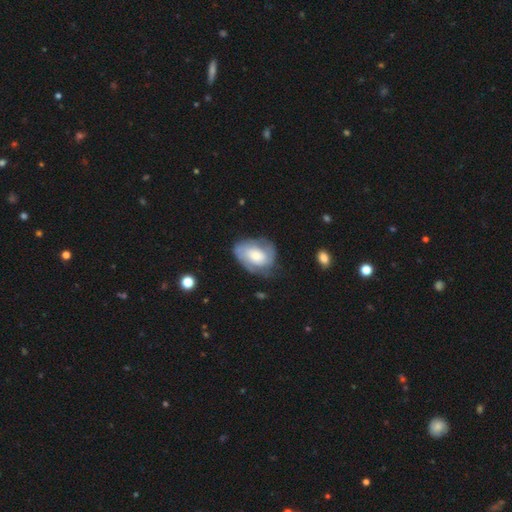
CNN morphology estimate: featured or disk 61%, smooth 33%, star or artifact 7%. Down the decision tree: edge-on disk — no (97%); bar — no (72%); spiral arms — yes (83%); bulge size — moderate (38%); merging — none (59%).